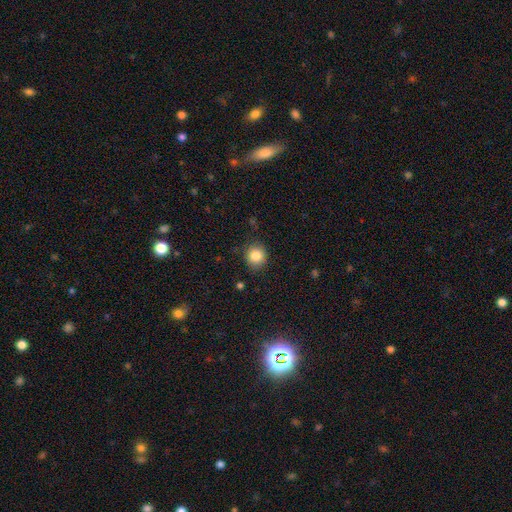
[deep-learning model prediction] Morphology: type=smooth (85%); roundness=round (86%); merging=none (86%).